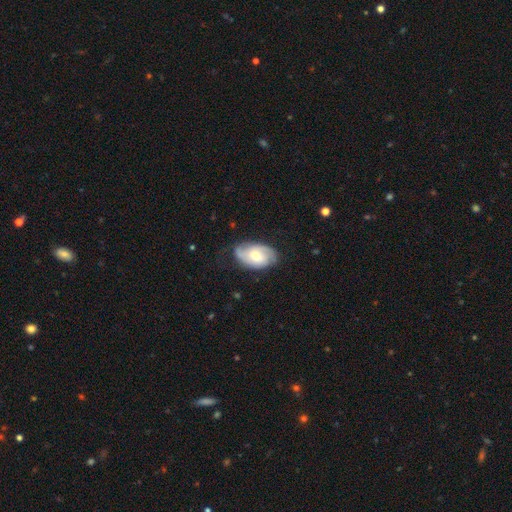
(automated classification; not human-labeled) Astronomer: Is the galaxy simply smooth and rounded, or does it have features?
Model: featured or disk — 57% (runner-up: smooth, 36%).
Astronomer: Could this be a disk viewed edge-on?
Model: no — 95%.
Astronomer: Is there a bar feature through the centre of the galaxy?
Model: no — 57% (runner-up: weak, 36%).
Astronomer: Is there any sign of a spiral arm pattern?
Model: yes — 86%.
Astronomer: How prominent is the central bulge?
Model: moderate — 58%.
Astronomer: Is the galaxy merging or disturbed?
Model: none — 65%.